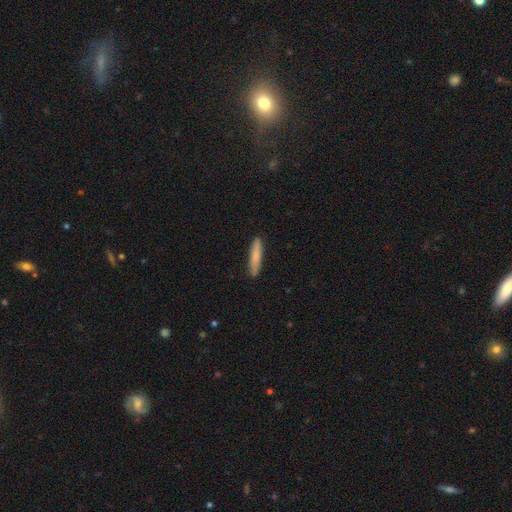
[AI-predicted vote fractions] Overall: smooth (79%). How rounded: cigar-shaped (89%). Merging: none (89%).